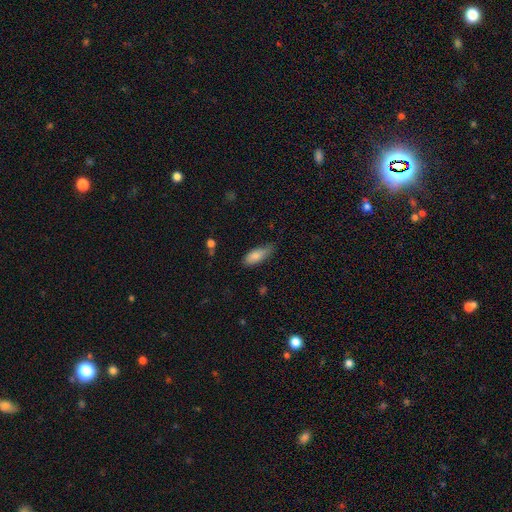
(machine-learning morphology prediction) A smooth galaxy with no disk features (82%) that is in between round and cigar-shaped (77%).

Vote fractions:
- Smooth or featured? smooth: 82% / featured or disk: 11% / star or artifact: 7%
- How rounded? in between: 77% / cigar-shaped: 21% / round: 2%
- Merging? none: 58% / minor disturbance: 34% / major disturbance: 6% / merger: 2%